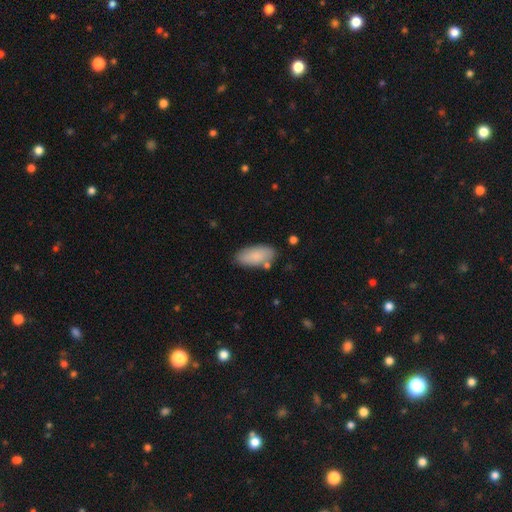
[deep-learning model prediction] A smooth galaxy with no disk features (86%) that is in between round and cigar-shaped (92%). Merging: none (76%).